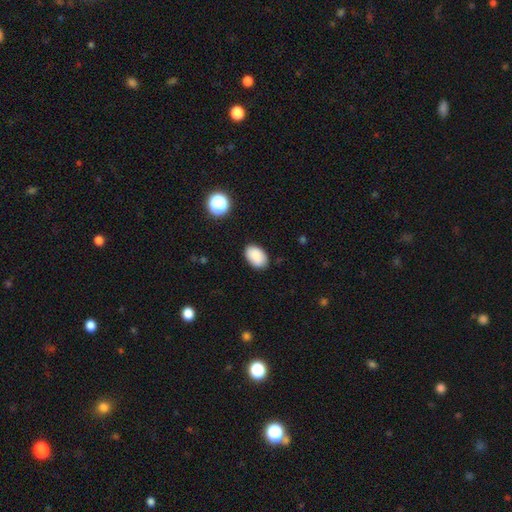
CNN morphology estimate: This appears to be a smooth galaxy with no disk features (88%) that is in between round and cigar-shaped (91%). Merging: none (86%).